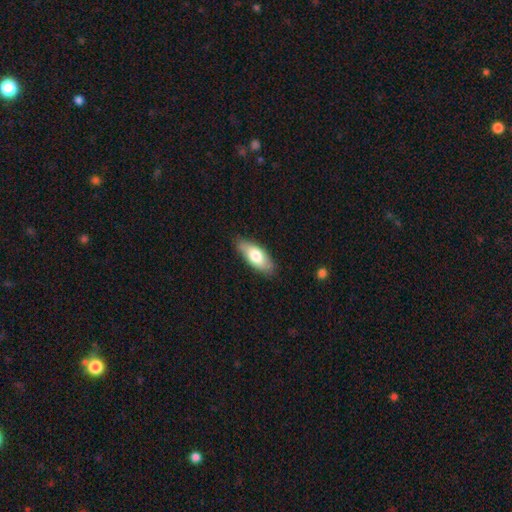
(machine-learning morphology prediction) smooth_or_featured: smooth (p=0.71) [alt: featured or disk p=0.23]
how_rounded: in between (p=0.80) [alt: cigar-shaped p=0.18]
merging: none (p=0.79) [alt: minor disturbance p=0.17]